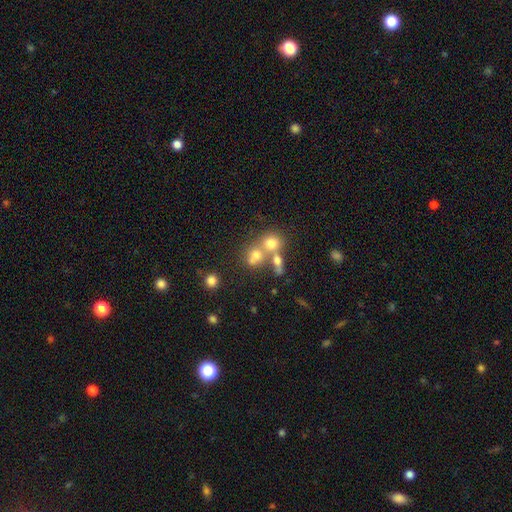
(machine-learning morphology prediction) Q: Smooth or featured?
A: smooth (66%); runner-up: featured or disk (18%)
Q: How rounded?
A: round (70%); runner-up: in between (29%)
Q: Merging?
A: merger (51%); runner-up: none (35%)